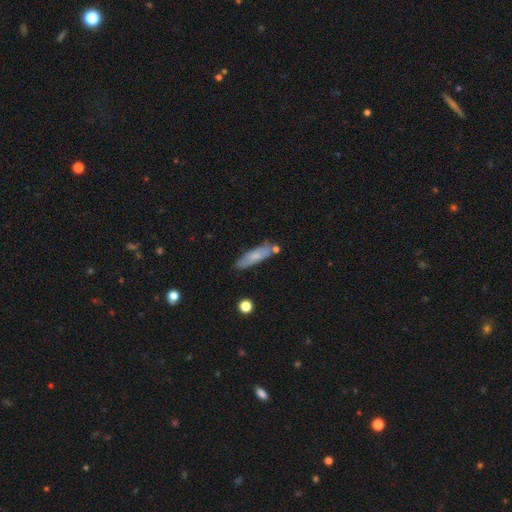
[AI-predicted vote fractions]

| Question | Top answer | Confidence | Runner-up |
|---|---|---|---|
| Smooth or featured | smooth | 69% | featured or disk (24%) |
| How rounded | cigar-shaped | 65% | in between (33%) |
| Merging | none | 72% | minor disturbance (17%) |